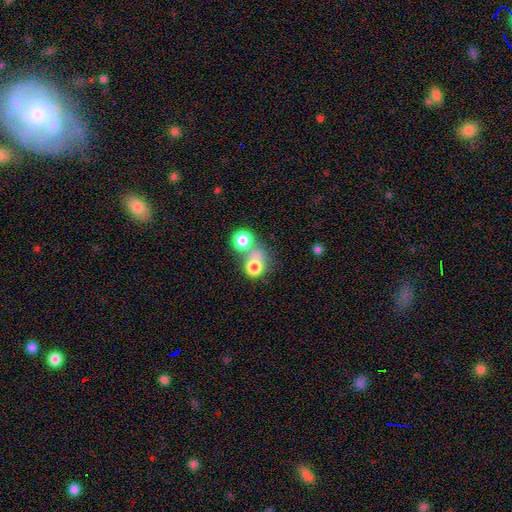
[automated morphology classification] This appears to be a smooth galaxy with no disk features (70%) that is round (76%). Merging: merger (49%).